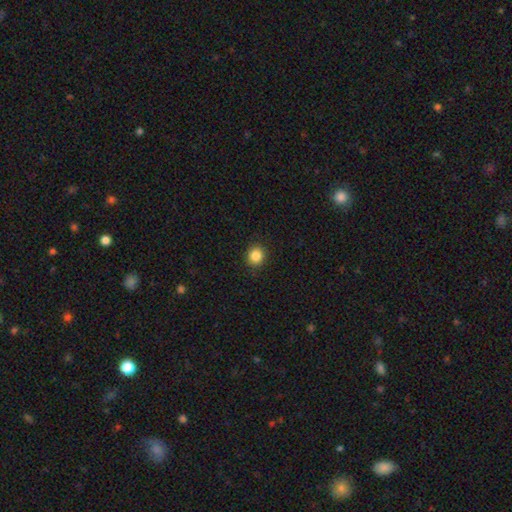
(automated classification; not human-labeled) smooth_or_featured: smooth (p=0.86) [alt: star or artifact p=0.10]
how_rounded: round (p=0.86) [alt: in between p=0.13]
merging: none (p=0.91) [alt: minor disturbance p=0.06]